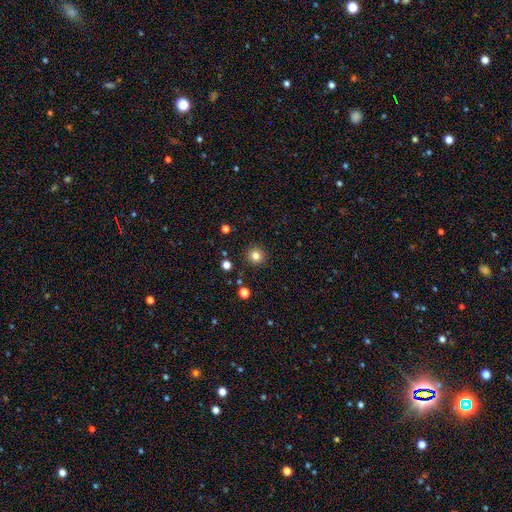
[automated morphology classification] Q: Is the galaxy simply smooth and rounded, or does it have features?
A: smooth — 81%.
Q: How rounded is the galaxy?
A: round — 94%.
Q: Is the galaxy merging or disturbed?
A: none — 91%.